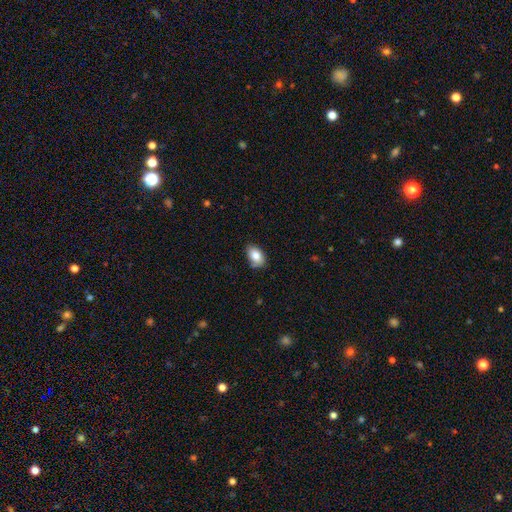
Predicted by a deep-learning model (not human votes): A smooth galaxy with no disk features (83%) that is in between round and cigar-shaped (89%). Merging: none (71%).